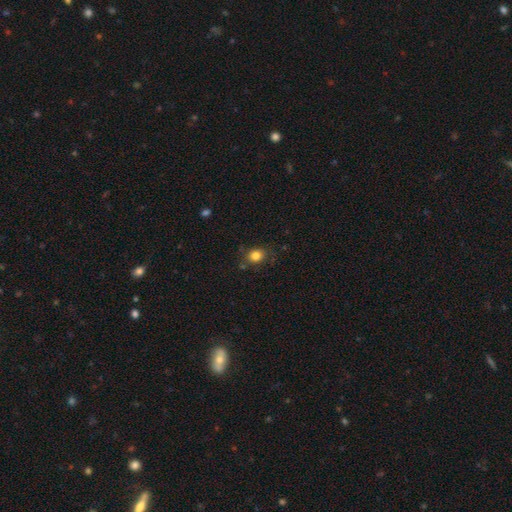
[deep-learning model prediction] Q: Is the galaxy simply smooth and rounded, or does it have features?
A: smooth — 82%.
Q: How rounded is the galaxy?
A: round — 62%.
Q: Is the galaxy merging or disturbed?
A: none — 78%.